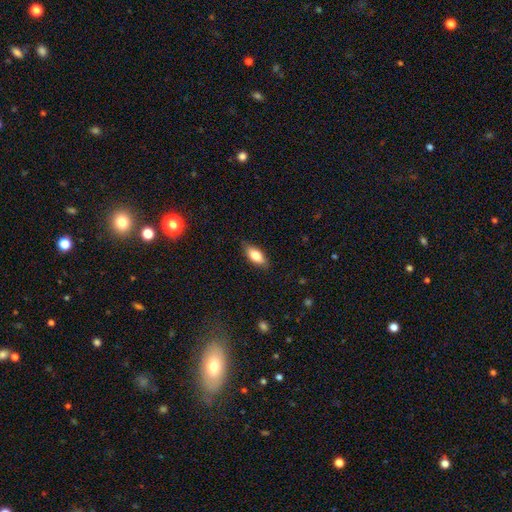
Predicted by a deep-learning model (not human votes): Smooth or featured?
  - smooth: 79% *
  - featured or disk: 14%
  - star or artifact: 7%
How rounded?
  - in between: 83% *
  - cigar-shaped: 14%
  - round: 3%
Merging?
  - none: 83% *
  - minor disturbance: 13%
  - major disturbance: 3%
  - merger: 1%